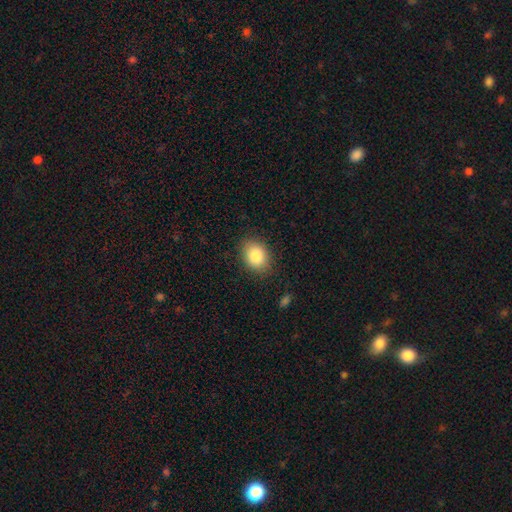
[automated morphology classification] A smooth galaxy with no disk features (85%) that is in between round and cigar-shaped (65%). Merging: none (86%).